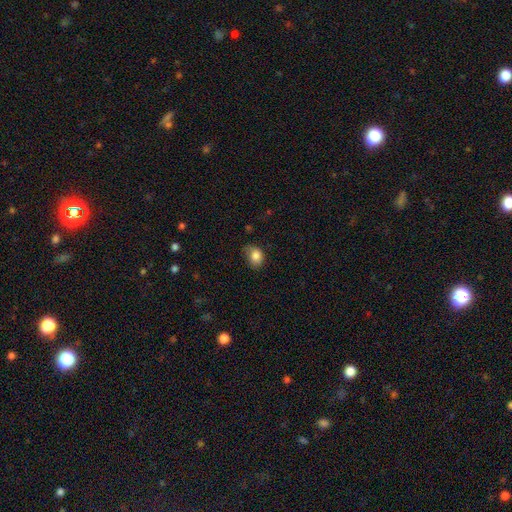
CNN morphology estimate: The model was most divided on "how rounded": in between: 57%, round: 42%, cigar-shaped: 1%. More confident: smooth or featured — smooth (83%); merging — none (54%).